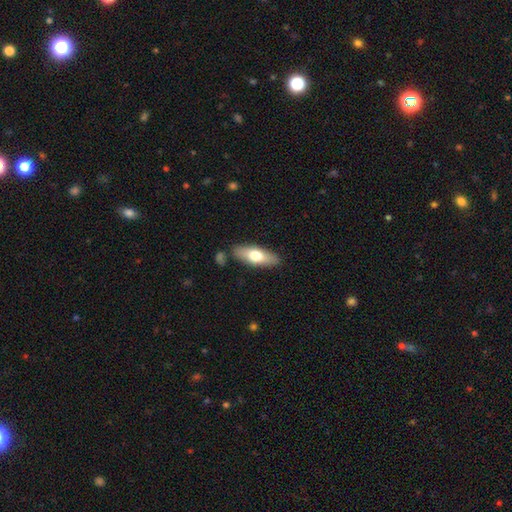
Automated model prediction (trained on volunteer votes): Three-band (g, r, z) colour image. It shows a smooth galaxy with no disk features (65%) that is in between round and cigar-shaped (66%). Merging: none (83%).